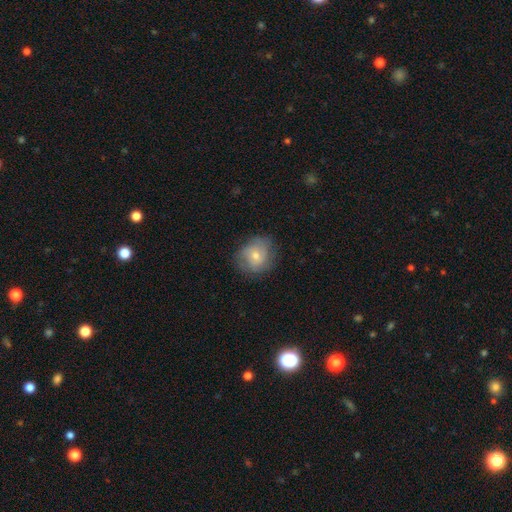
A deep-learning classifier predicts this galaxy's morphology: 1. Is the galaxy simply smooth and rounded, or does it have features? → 51% smooth, 39% featured or disk, 10% star or artifact.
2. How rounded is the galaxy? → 75% round, 24% in between, 1% cigar-shaped.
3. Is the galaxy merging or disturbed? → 74% none, 19% minor disturbance, 6% major disturbance, 1% merger.